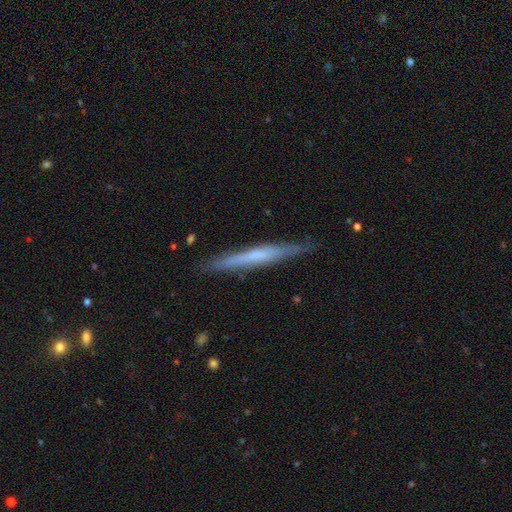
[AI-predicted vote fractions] smooth-or-featured: featured or disk: 51% | smooth: 44% | star or artifact: 6%
  disk-edge-on: yes: 96% | no: 4%
  merging: none: 86% | minor disturbance: 11% | major disturbance: 2% | merger: 1%